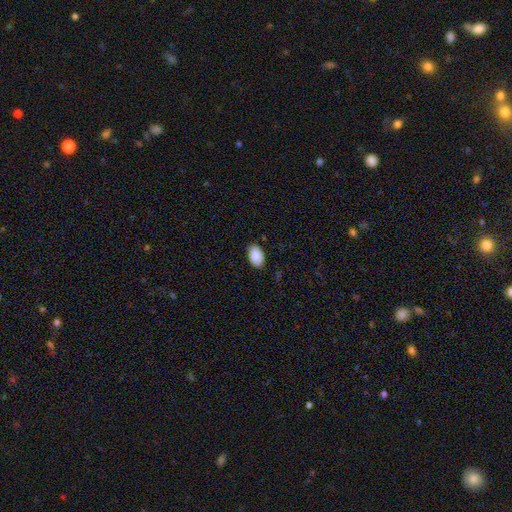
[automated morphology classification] Smooth or featured: smooth — 91% (star or artifact — 6%)
How rounded: in between — 93% (round — 6%)
Merging: none — 86% (minor disturbance — 11%)